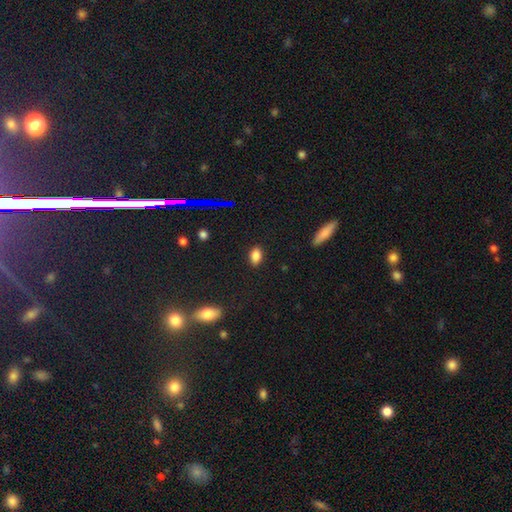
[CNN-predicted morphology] smooth_or_featured: smooth (p=0.83) [alt: star or artifact p=0.12]
how_rounded: in between (p=0.88) [alt: round p=0.10]
merging: none (p=0.88) [alt: minor disturbance p=0.09]